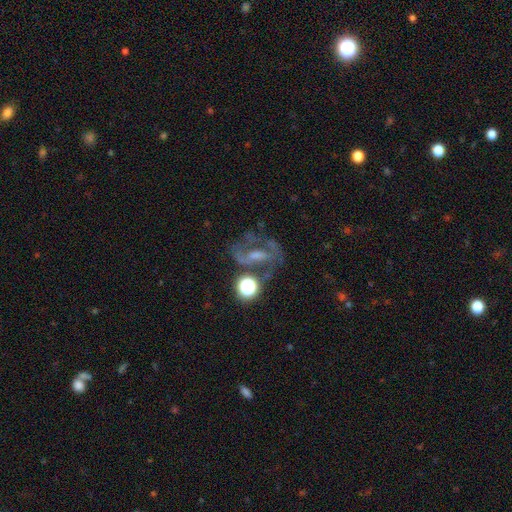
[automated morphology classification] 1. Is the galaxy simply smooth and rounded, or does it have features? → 62% featured or disk, 19% smooth, 19% star or artifact.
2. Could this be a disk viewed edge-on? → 95% no, 5% yes.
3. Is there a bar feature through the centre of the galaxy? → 38% weak, 31% strong, 31% no.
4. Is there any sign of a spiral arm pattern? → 72% yes, 28% no.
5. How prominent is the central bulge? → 35% moderate, 26% small, 24% none, 13% large, 3% dominant.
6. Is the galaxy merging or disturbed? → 48% none, 23% major disturbance, 18% minor disturbance, 11% merger.